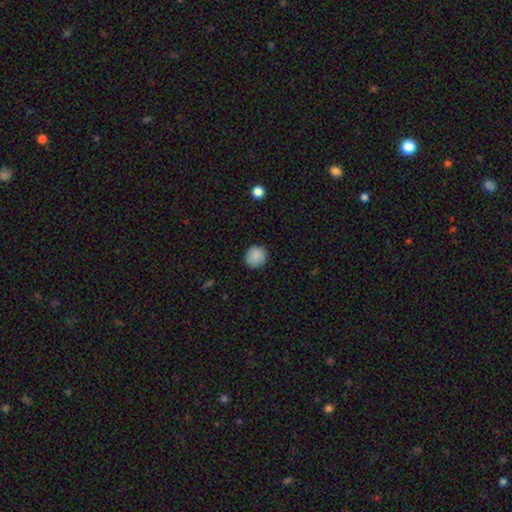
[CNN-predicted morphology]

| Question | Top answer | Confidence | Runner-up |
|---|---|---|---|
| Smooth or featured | smooth | 88% | star or artifact (8%) |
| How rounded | round | 91% | in between (8%) |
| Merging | none | 88% | minor disturbance (9%) |